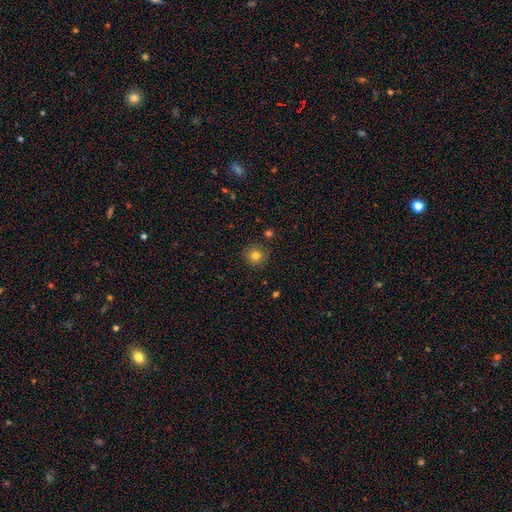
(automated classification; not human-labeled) Smooth or featured? smooth (80%)
How rounded? round (93%)
Merging? none (88%)